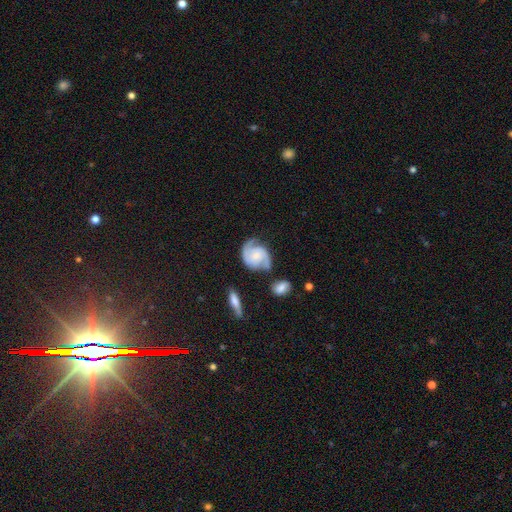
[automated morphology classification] A featured or disk galaxy (83%) with no bar (63%), 2 (86%) medium (46%) spiral arms (96%) and a small central bulge (54%). Merging: none (63%).